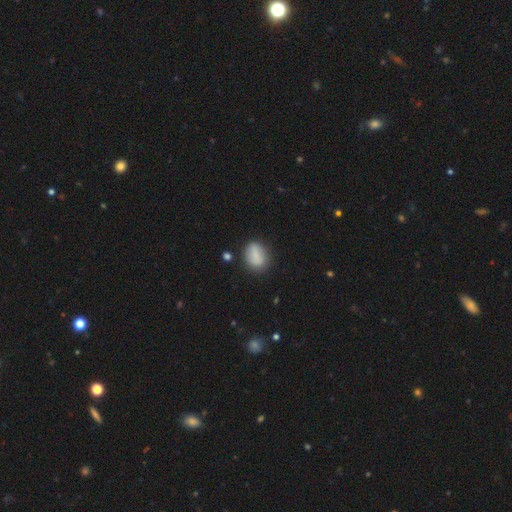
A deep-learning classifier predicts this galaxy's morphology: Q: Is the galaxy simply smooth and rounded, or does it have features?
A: smooth — 79%.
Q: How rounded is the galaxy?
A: in between — 68%.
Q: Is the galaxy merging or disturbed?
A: none — 73%.